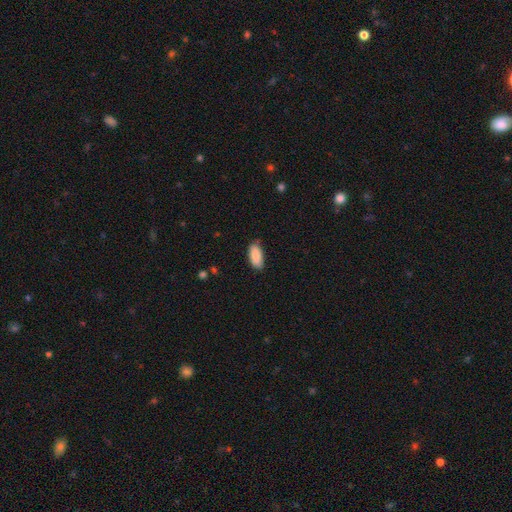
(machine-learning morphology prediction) This appears to be a smooth galaxy with no disk features (88%) that is in between round and cigar-shaped (89%). Merging: none (78%).